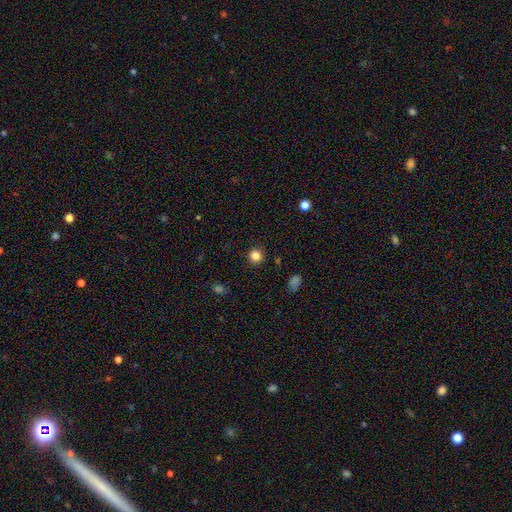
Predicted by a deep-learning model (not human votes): Q: Smooth or featured?
A: smooth (84%); runner-up: star or artifact (12%)
Q: How rounded?
A: round (92%); runner-up: in between (7%)
Q: Merging?
A: none (91%); runner-up: minor disturbance (6%)